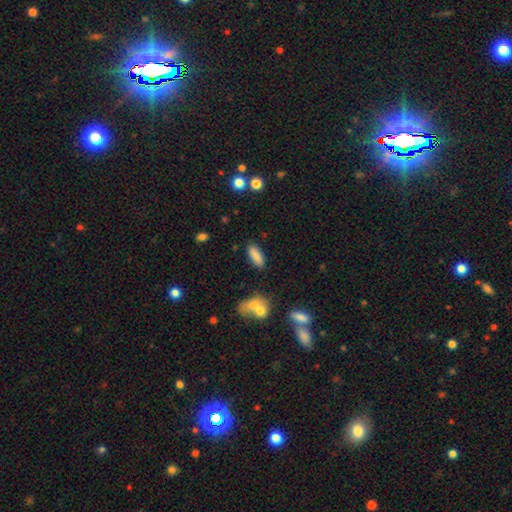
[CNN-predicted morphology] This is clearly a smooth galaxy (86%). How rounded: likely in between (71%). Merging: clearly none (84%).